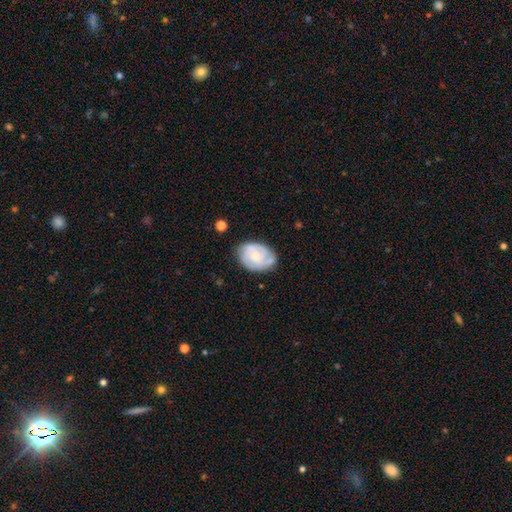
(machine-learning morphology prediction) Overall: featured or disk (65%; smooth 29%). Edge-on disk: no (98%). Bar: no (74%). Spiral arms: yes (86%). Spiral arm count: can't tell (32%; 2 29%). Spiral winding: tight (58%; medium 33%). Bulge size: small (44%; moderate 34%). Merging: none (70%).